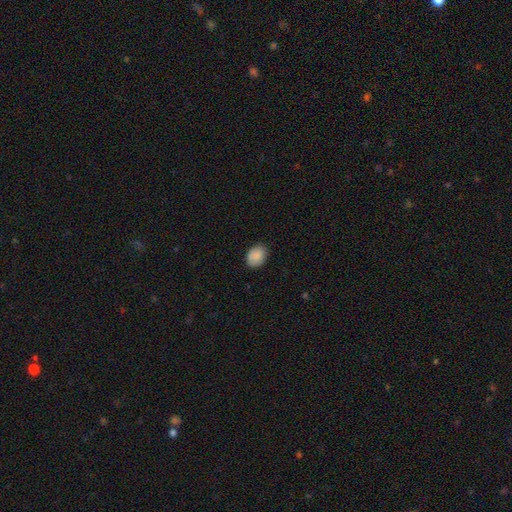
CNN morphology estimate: Smooth or featured: smooth — 89% (star or artifact — 7%)
How rounded: in between — 64% (round — 35%)
Merging: none — 84% (minor disturbance — 12%)